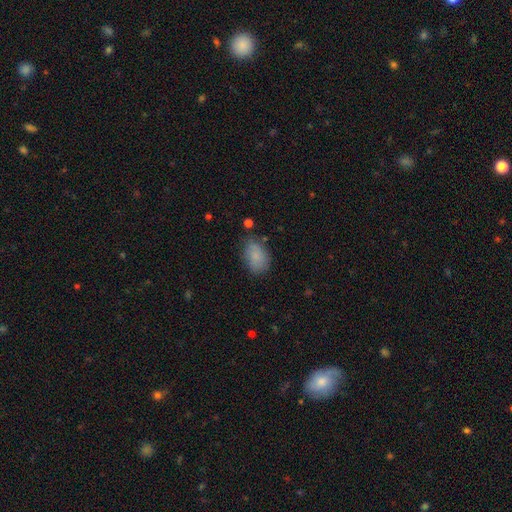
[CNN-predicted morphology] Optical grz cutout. It shows a smooth galaxy with no disk features (85%) that is in between round and cigar-shaped (87%). Merging: none (73%).